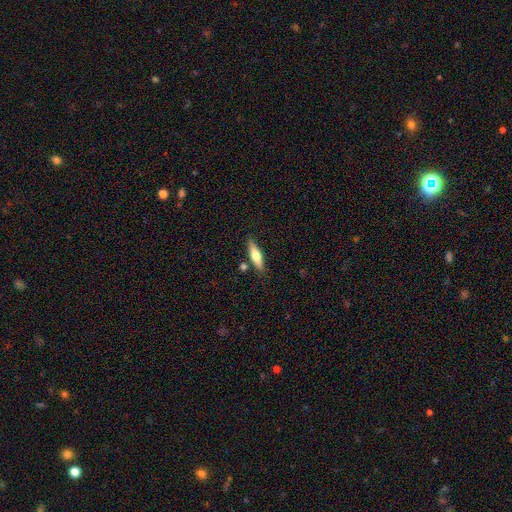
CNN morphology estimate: type=smooth (54%); roundness=cigar-shaped (68%); merging=none (81%).